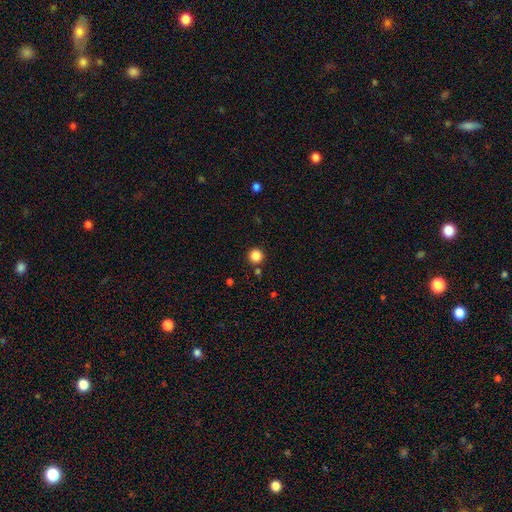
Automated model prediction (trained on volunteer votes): smooth_or_featured: smooth (p=0.85) [alt: star or artifact p=0.11]
how_rounded: round (p=0.95) [alt: in between p=0.04]
merging: none (p=0.87) [alt: minor disturbance p=0.06]